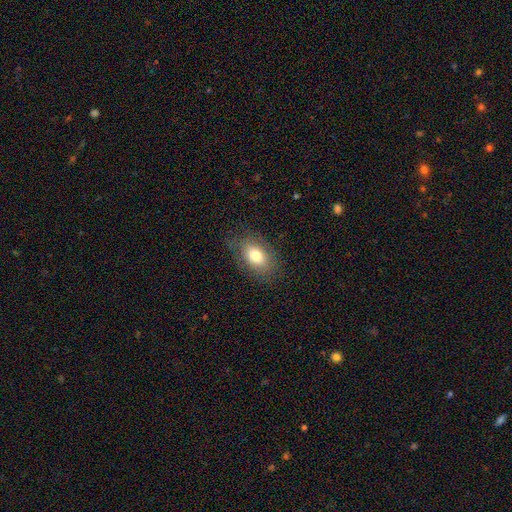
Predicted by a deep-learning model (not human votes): smooth_or_featured: smooth (p=0.75) [alt: featured or disk p=0.17]
how_rounded: in between (p=0.87) [alt: round p=0.11]
merging: none (p=0.78) [alt: minor disturbance p=0.15]